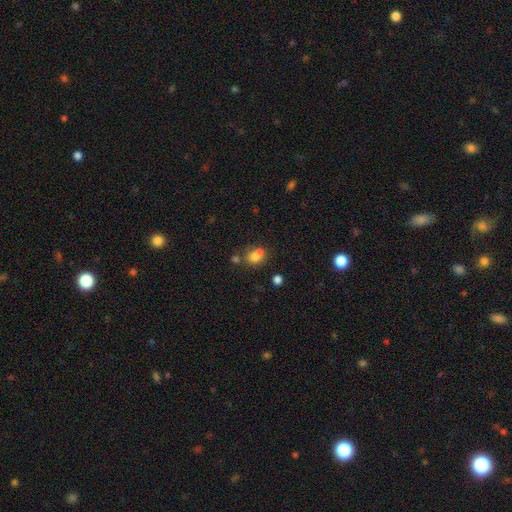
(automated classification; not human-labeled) Smooth or featured?
  - smooth: 75% *
  - star or artifact: 13%
  - featured or disk: 12%
How rounded?
  - round: 51% *
  - in between: 48%
  - cigar-shaped: 1%
Merging?
  - none: 42% *
  - merger: 39%
  - minor disturbance: 14%
  - major disturbance: 6%